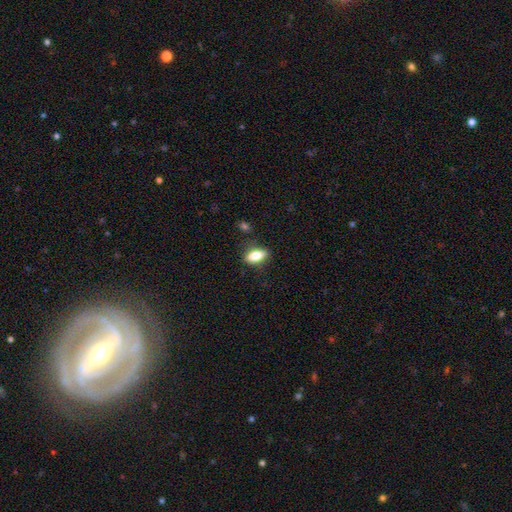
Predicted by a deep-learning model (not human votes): A smooth galaxy with no disk features (73%) that is in between round and cigar-shaped (75%).

Vote fractions:
- Smooth or featured? smooth: 73% / featured or disk: 20% / star or artifact: 7%
- How rounded? in between: 75% / cigar-shaped: 20% / round: 5%
- Merging? none: 80% / minor disturbance: 14% / major disturbance: 4% / merger: 2%